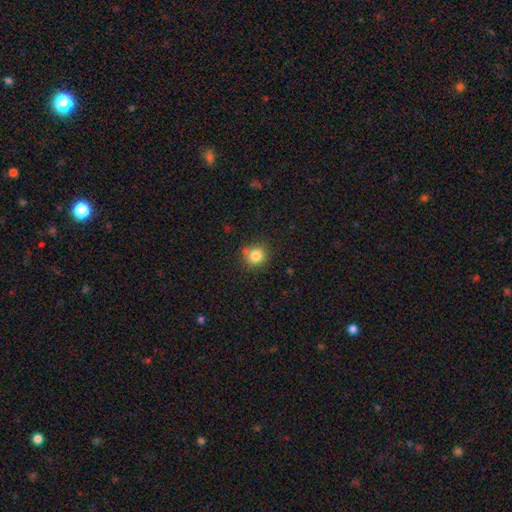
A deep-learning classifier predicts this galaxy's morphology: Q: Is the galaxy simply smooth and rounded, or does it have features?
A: smooth — 83%.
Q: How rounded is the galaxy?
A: round — 88%.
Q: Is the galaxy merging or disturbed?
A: none — 78%.